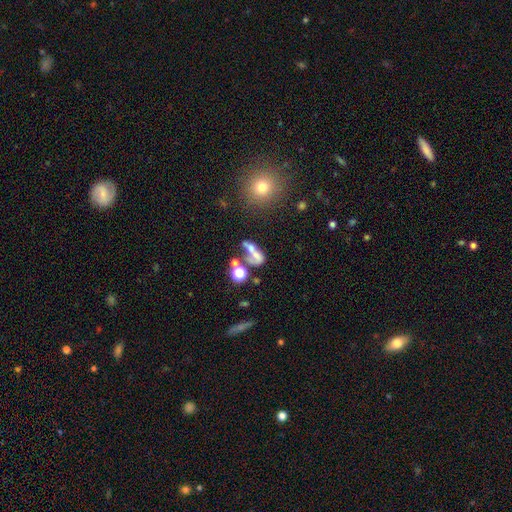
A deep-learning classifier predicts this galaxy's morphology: This appears to be a smooth galaxy with no disk features (47%). Merging: merger (49%).